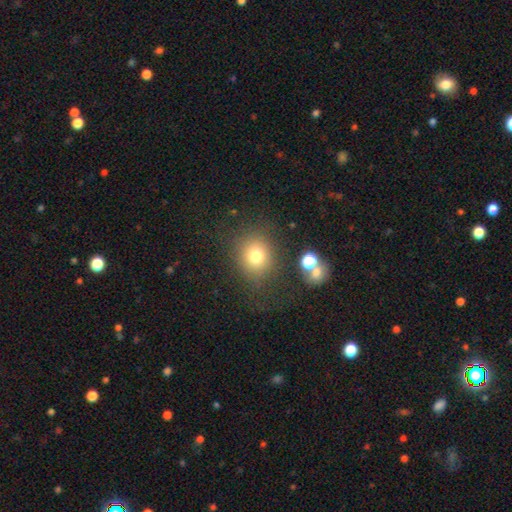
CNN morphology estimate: smooth_or_featured: smooth (p=0.74) [alt: star or artifact p=0.16]
how_rounded: round (p=0.80) [alt: in between p=0.19]
merging: none (p=0.78) [alt: minor disturbance p=0.11]